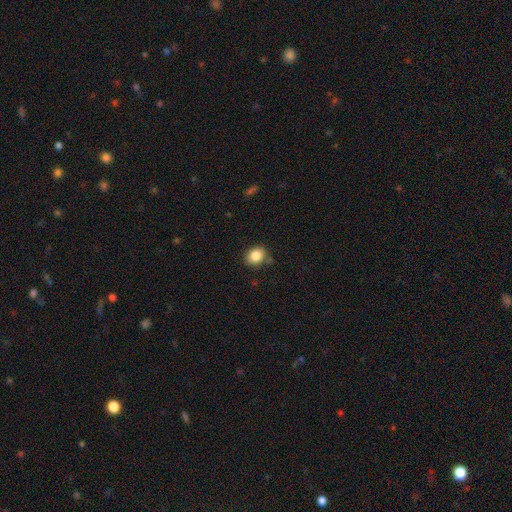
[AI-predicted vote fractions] Morphology: type=smooth (85%); roundness=round (51%); merging=none (79%).